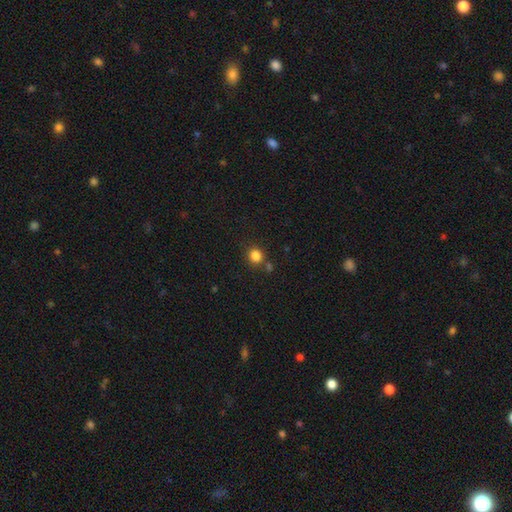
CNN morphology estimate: A smooth galaxy with no disk features (84%) that is round (79%). Merging: none (77%).